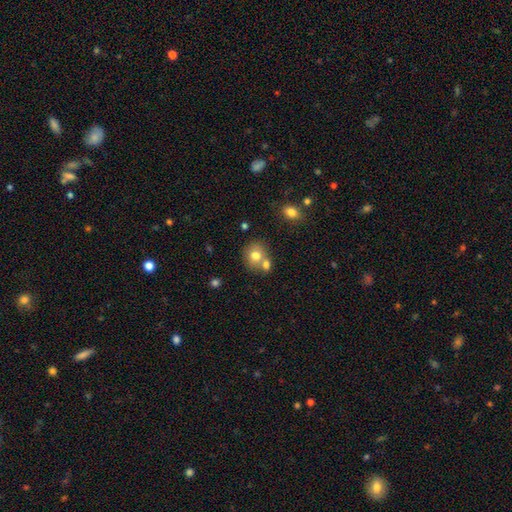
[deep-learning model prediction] Smooth or featured: smooth — 74% (featured or disk — 15%)
How rounded: round — 77% (in between — 22%)
Merging: none — 51% (merger — 37%)